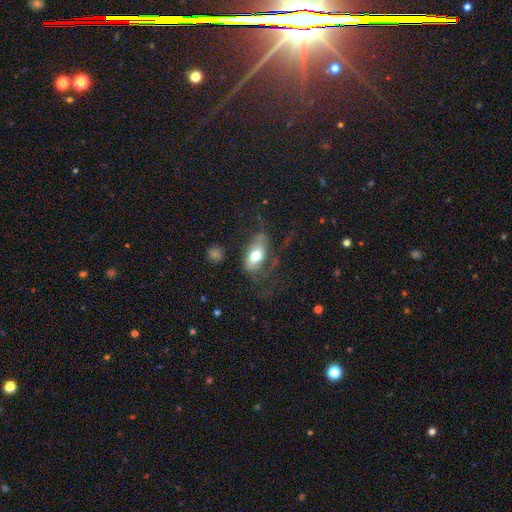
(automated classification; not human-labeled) smooth_or_featured: smooth (p=0.63) [alt: featured or disk p=0.30]
how_rounded: in between (p=0.85) [alt: cigar-shaped p=0.10]
merging: major disturbance (p=0.38) [alt: none p=0.36]